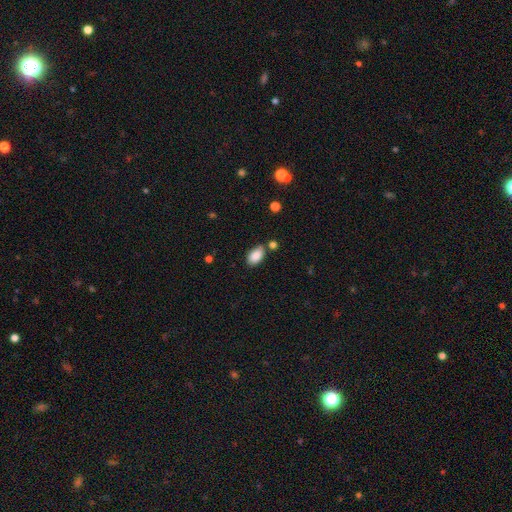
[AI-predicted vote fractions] The model was most divided on "merging": none: 71%, minor disturbance: 16%, merger: 10%, major disturbance: 4%. More confident: how rounded — in between (92%); smooth or featured — smooth (88%).